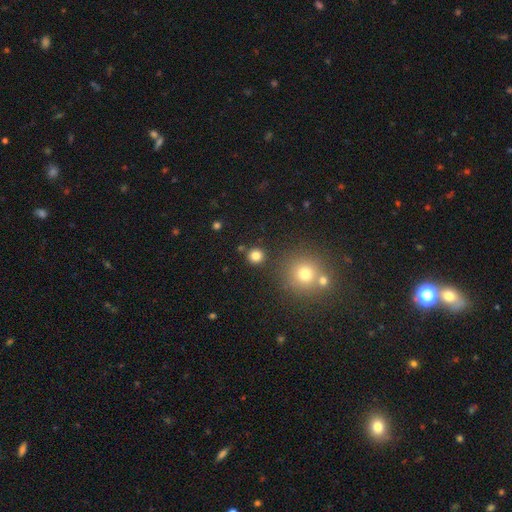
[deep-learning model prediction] Smooth or featured? Predicted: smooth (p=0.80). How rounded? Predicted: round (p=0.93). Merging? Predicted: none (p=0.87).